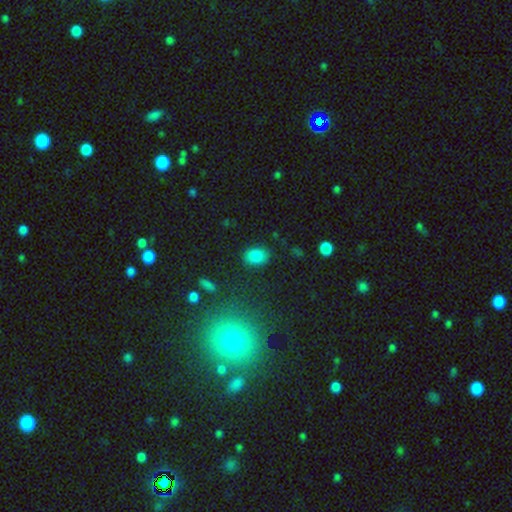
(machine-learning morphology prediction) smooth 85%, star or artifact 10%, featured or disk 5%. Down the decision tree: how rounded — in between (70%); merging — none (82%).